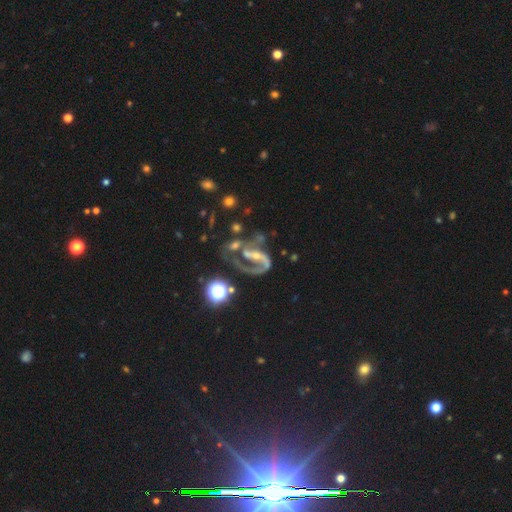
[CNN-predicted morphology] smooth_or_featured: featured or disk (p=0.83) [alt: star or artifact p=0.10]
disk_edge_on: no (p=0.97) [alt: yes p=0.03]
bar: weak (p=0.37) [alt: strong p=0.32]
has_spiral_arms: yes (p=0.90) [alt: no p=0.10]
spiral_winding: medium (p=0.45) [alt: loose p=0.37]
spiral_arm_count: 2 (p=0.47) [alt: 1 p=0.45]
bulge_size: small (p=0.61) [alt: moderate p=0.25]
merging: major disturbance (p=0.35) [alt: none p=0.30]